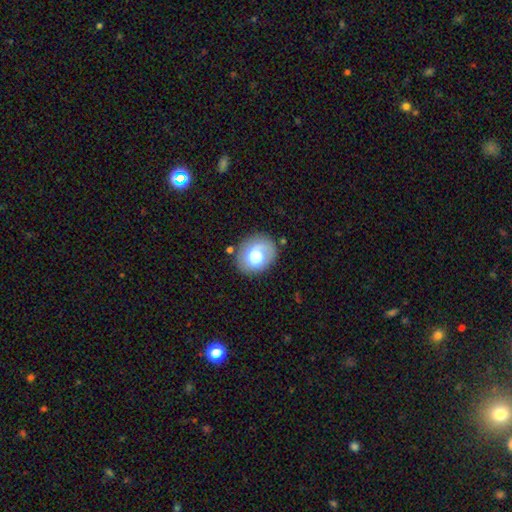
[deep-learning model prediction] Morphology: type=smooth (61%); roundness=round (60%); merging=none (75%).